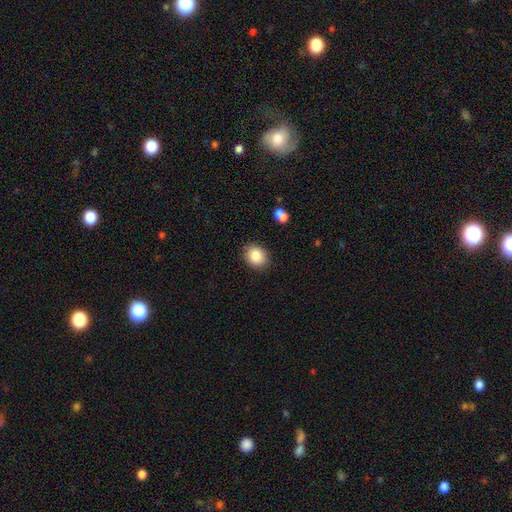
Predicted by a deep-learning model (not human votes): A smooth galaxy with no disk features (85%) that is round (56%).

Vote fractions:
- Smooth or featured? smooth: 85% / star or artifact: 9% / featured or disk: 6%
- How rounded? round: 56% / in between: 43% / cigar-shaped: 1%
- Merging? none: 86% / minor disturbance: 10% / major disturbance: 2% / merger: 2%